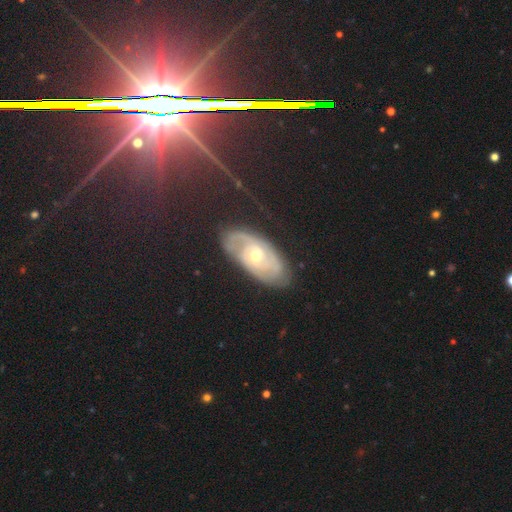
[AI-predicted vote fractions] featured or disk 79%, smooth 13%, star or artifact 8%. Down the decision tree: edge-on disk — no (94%); bar — no (63%); spiral arms — yes (91%); spiral arm count — 2 (40%); spiral winding — tight (64%); bulge size — moderate (62%); merging — none (76%).